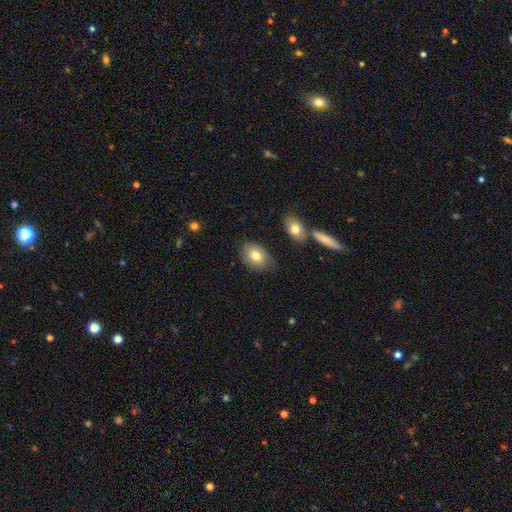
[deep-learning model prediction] This is likely a smooth galaxy (77%). How rounded: likely in between (79%). Merging: likely none (74%).